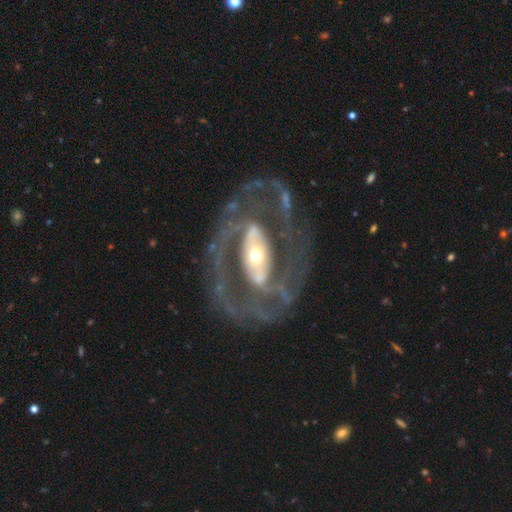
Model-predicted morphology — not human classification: Smooth or featured?
  - featured or disk: 88% *
  - smooth: 7%
  - star or artifact: 5%
Edge-on disk?
  - no: 95% *
  - yes: 5%
Bar?
  - strong: 46% *
  - no: 28%
  - weak: 26%
Spiral arms?
  - yes: 88% *
  - no: 12%
Spiral winding?
  - medium: 49% *
  - tight: 30%
  - loose: 21%
Spiral arm count?
  - 2: 76% *
  - can't tell: 9%
  - 3: 6%
  - 1: 4%
  - 4: 3%
  - more than 4: 2%
Bulge size?
  - moderate: 52% *
  - small: 34%
  - large: 11%
  - dominant: 2%
  - none: 1%
Merging?
  - none: 62% *
  - major disturbance: 21%
  - minor disturbance: 15%
  - merger: 3%